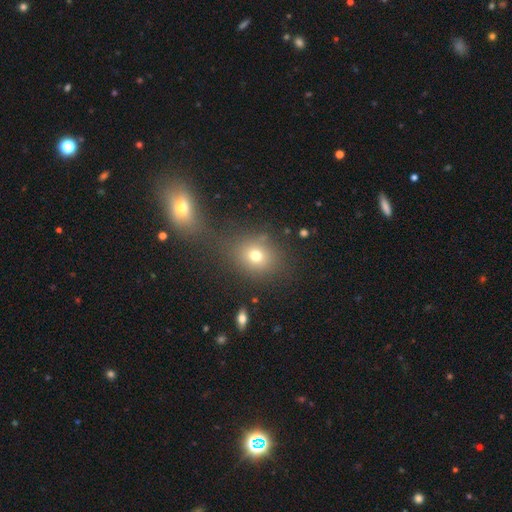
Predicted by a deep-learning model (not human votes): Smooth or featured?
  - smooth: 71% *
  - star or artifact: 17%
  - featured or disk: 12%
How rounded?
  - round: 67% *
  - in between: 32%
  - cigar-shaped: 1%
Merging?
  - none: 66% *
  - merger: 16%
  - minor disturbance: 11%
  - major disturbance: 7%